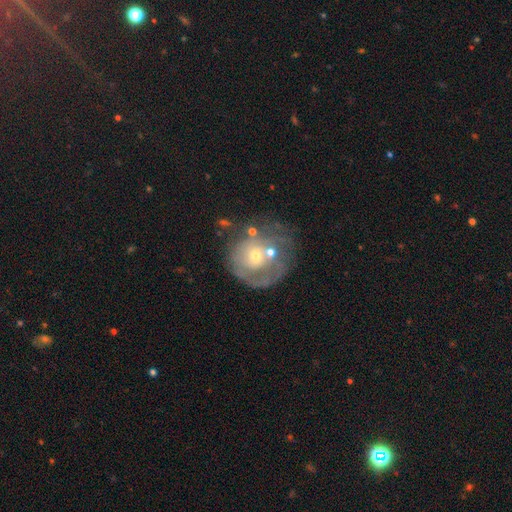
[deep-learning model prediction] A featured or disk galaxy (61%) with no bar (81%), spiral arms (51%) and a small central bulge (56%).

Vote fractions:
- Smooth or featured? featured or disk: 61% / smooth: 30% / star or artifact: 9%
- Edge-on disk? no: 97% / yes: 3%
- Bar? no: 81% / weak: 16% / strong: 3%
- Spiral arms? yes: 51% / no: 49%
- Bulge size? small: 56% / moderate: 37% / large: 3% / none: 3% / dominant: 1%
- Merging? none: 42% / major disturbance: 19% / minor disturbance: 19% / merger: 19%